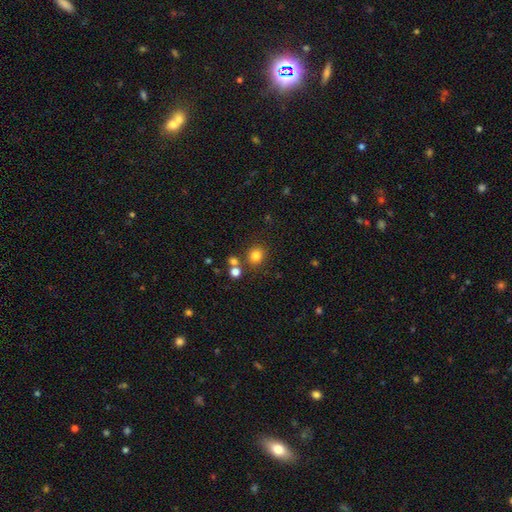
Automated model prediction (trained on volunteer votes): The model was most divided on "how rounded": round: 78%, in between: 21%, cigar-shaped: 1%. More confident: smooth or featured — smooth (81%); merging — none (76%).